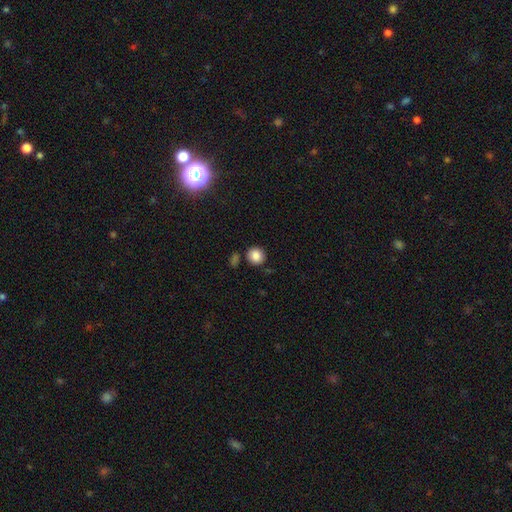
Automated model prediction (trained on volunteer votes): The model was most divided on "merging": none: 83%, minor disturbance: 8%, merger: 6%, major disturbance: 3%. More confident: how rounded — round (90%); smooth or featured — smooth (86%).